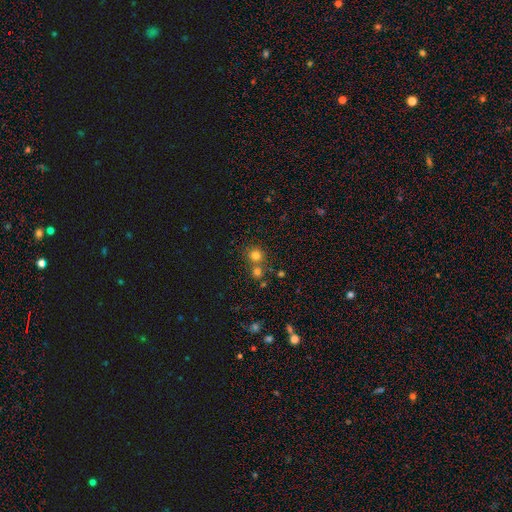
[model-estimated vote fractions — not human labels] smooth 77%, star or artifact 17%, featured or disk 7%. Down the decision tree: how rounded — round (90%); merging — none (65%).